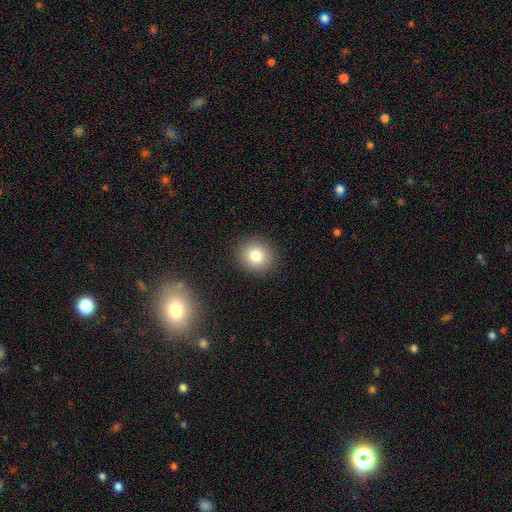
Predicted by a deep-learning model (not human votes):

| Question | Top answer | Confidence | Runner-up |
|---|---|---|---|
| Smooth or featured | smooth | 81% | star or artifact (11%) |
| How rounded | round | 85% | in between (14%) |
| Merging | none | 90% | minor disturbance (6%) |